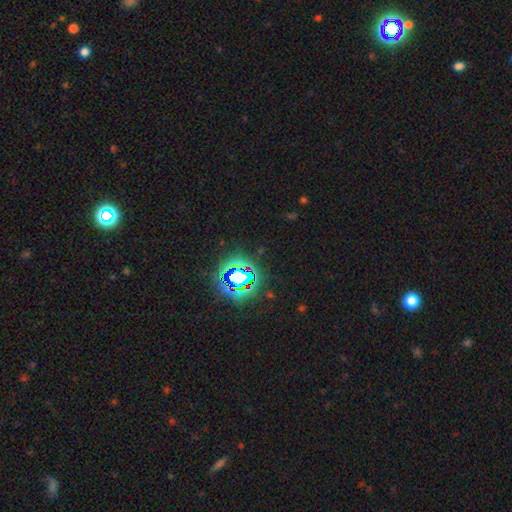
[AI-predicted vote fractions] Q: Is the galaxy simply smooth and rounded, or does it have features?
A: star or artifact — 80%.